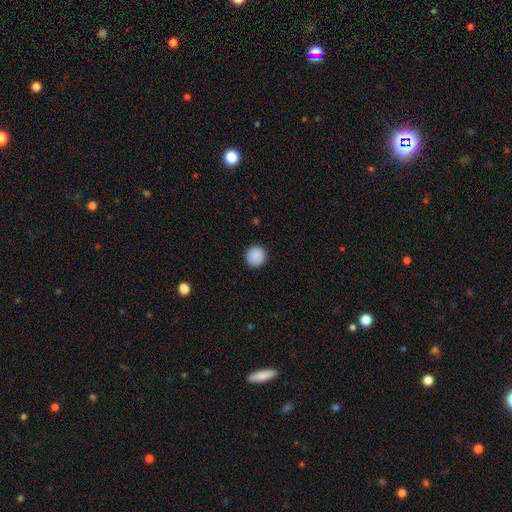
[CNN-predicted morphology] Smooth or featured: smooth — 89% (star or artifact — 8%)
How rounded: round — 93% (in between — 6%)
Merging: none — 91% (minor disturbance — 6%)